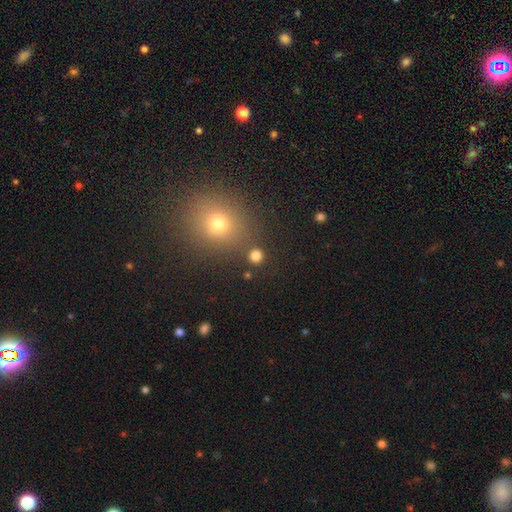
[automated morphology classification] Overall: smooth (79%). How rounded: round (91%). Merging: none (85%).